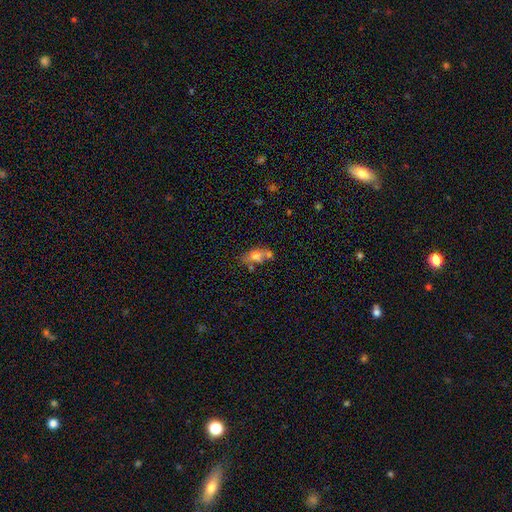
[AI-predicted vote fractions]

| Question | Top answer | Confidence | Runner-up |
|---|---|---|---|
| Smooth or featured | smooth | 61% | featured or disk (26%) |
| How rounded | in between | 74% | cigar-shaped (13%) |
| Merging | none | 45% | merger (29%) |